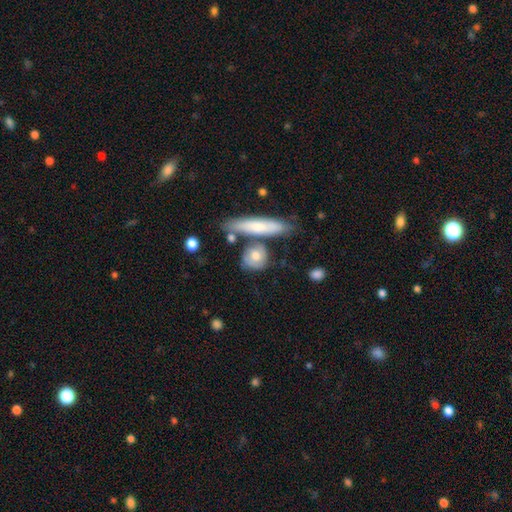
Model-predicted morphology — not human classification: A smooth galaxy with no disk features (69%) that is round (60%).

Vote fractions:
- Smooth or featured? smooth: 69% / featured or disk: 25% / star or artifact: 6%
- How rounded? round: 60% / in between: 24% / cigar-shaped: 16%
- Merging? none: 61% / merger: 18% / minor disturbance: 16% / major disturbance: 6%